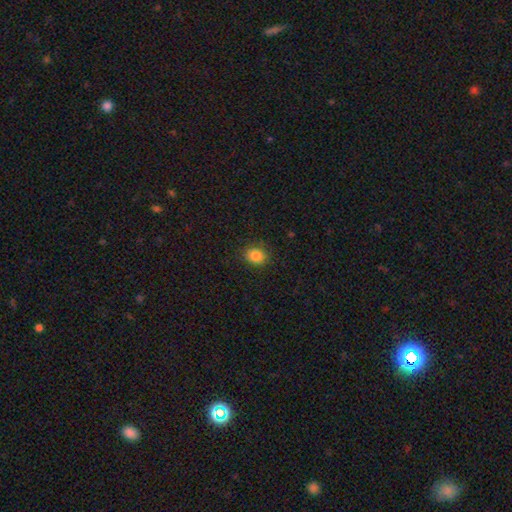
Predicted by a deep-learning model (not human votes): Overall: smooth (85%). How rounded: round (58%; in between 41%). Merging: none (87%).